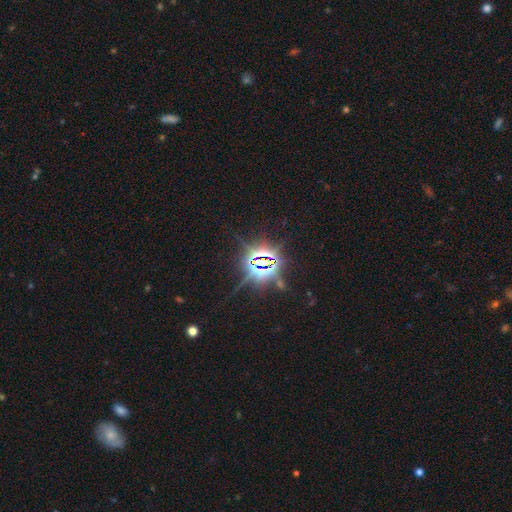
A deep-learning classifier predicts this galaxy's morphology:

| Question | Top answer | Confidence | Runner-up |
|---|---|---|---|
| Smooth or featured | star or artifact | 85% | smooth (7%) |